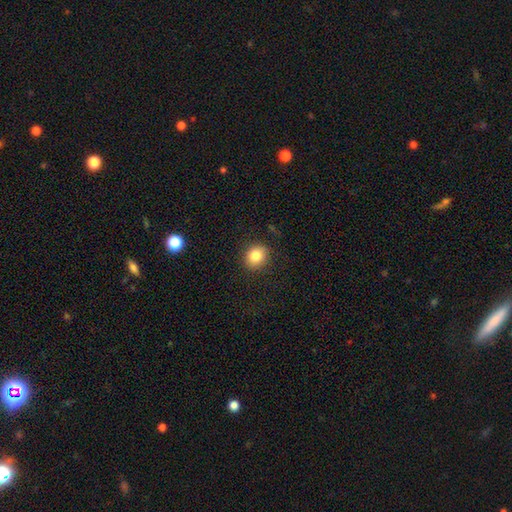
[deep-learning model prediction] Q: Smooth or featured?
A: smooth (83%); runner-up: star or artifact (10%)
Q: How rounded?
A: round (77%); runner-up: in between (22%)
Q: Merging?
A: none (88%); runner-up: minor disturbance (8%)